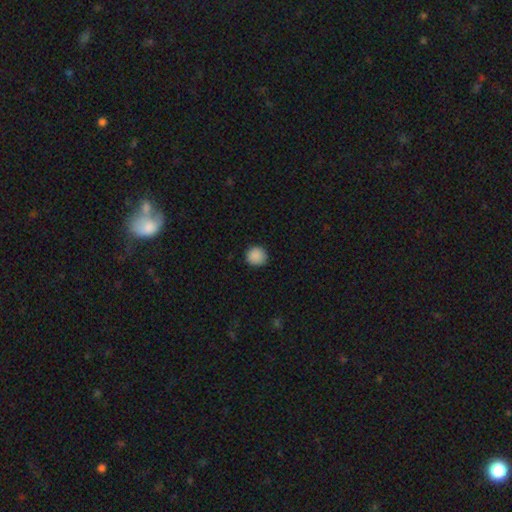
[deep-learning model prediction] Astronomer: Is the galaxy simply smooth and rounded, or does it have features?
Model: smooth — 89%.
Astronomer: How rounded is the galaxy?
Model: round — 93%.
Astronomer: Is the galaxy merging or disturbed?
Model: none — 91%.